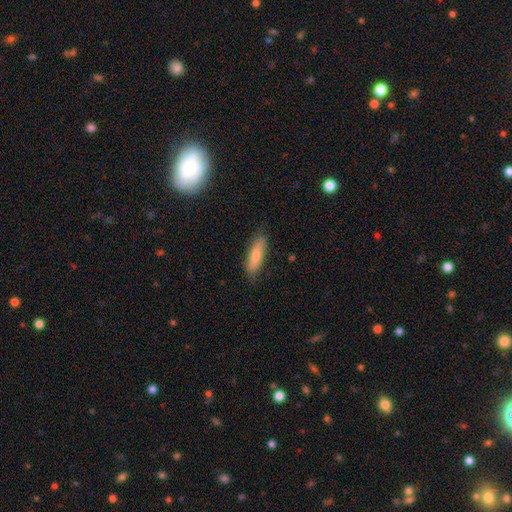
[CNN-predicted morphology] A smooth galaxy with no disk features (78%) that is cigar-shaped (57%).

Vote fractions:
- Smooth or featured? smooth: 78% / featured or disk: 16% / star or artifact: 6%
- How rounded? cigar-shaped: 57% / in between: 41% / round: 2%
- Merging? none: 82% / minor disturbance: 14% / major disturbance: 3% / merger: 1%